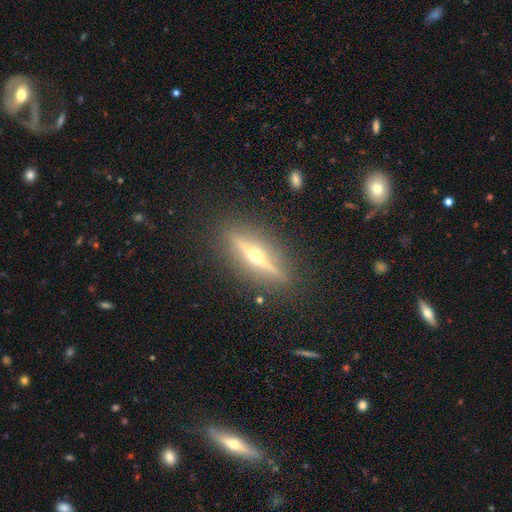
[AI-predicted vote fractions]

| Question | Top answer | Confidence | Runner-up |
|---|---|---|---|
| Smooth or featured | featured or disk | 82% | smooth (12%) |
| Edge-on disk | yes | 96% | no (4%) |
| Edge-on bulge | rounded | 97% | none (2%) |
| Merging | none | 89% | minor disturbance (7%) |